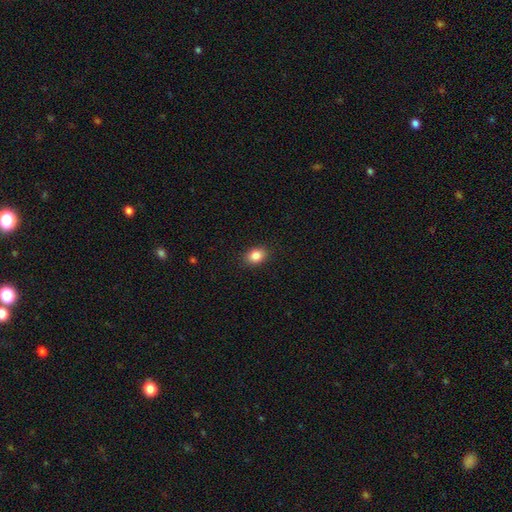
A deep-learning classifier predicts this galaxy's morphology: Overall: smooth (86%). How rounded: in between (68%; round 31%). Merging: none (89%).